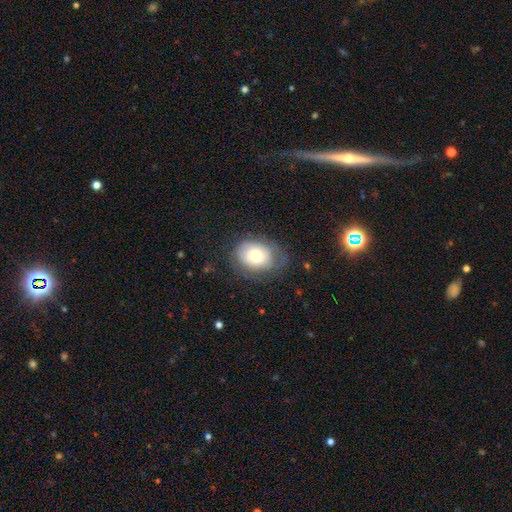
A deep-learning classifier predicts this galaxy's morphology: type=smooth (66%); roundness=in between (52%); merging=none (61%).